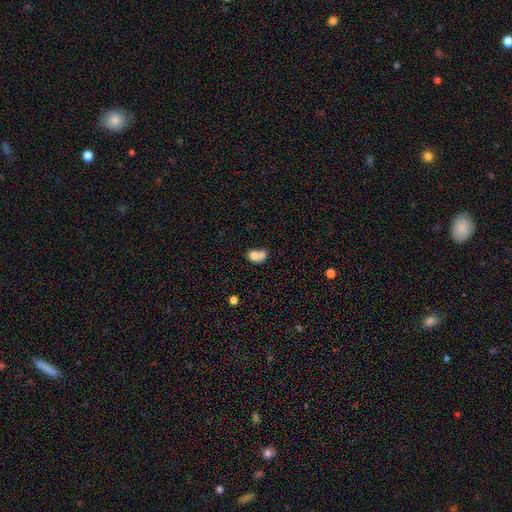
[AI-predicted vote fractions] Overall: smooth (71%). How rounded: in between (52%; round 47%). Merging: merger (63%).